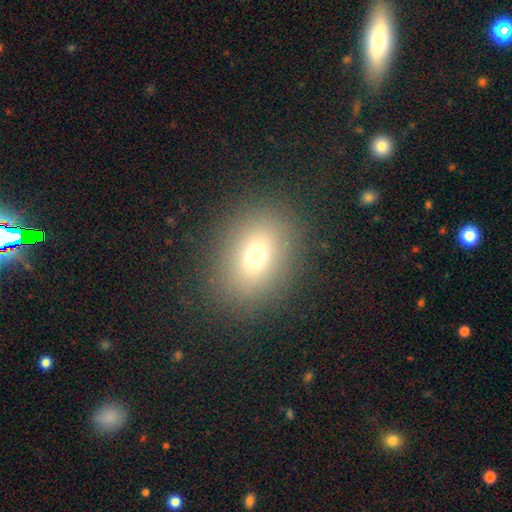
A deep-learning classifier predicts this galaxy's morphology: This appears to be a smooth galaxy with no disk features (71%) that is in between round and cigar-shaped (57%). Merging: none (87%).